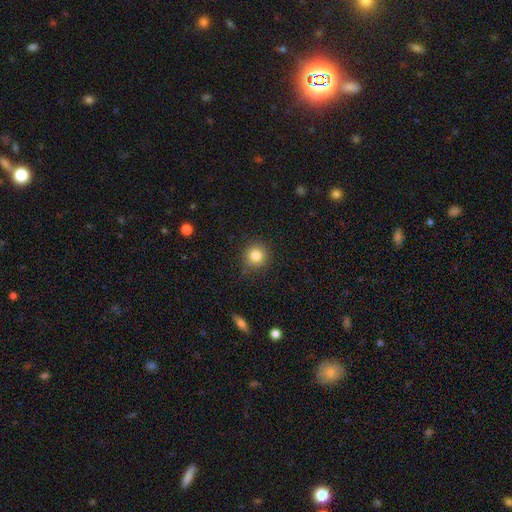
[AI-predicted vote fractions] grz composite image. It shows a smooth galaxy with no disk features (82%) that is round (92%). Merging: none (84%).